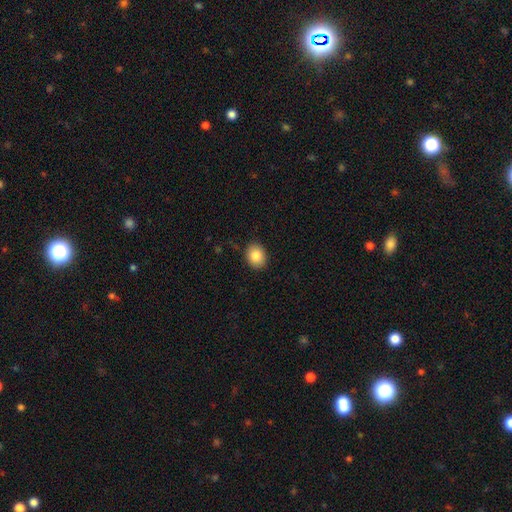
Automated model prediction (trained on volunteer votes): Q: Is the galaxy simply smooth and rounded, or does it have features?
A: smooth — 85%.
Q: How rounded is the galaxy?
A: round — 52%.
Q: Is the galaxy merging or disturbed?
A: none — 89%.